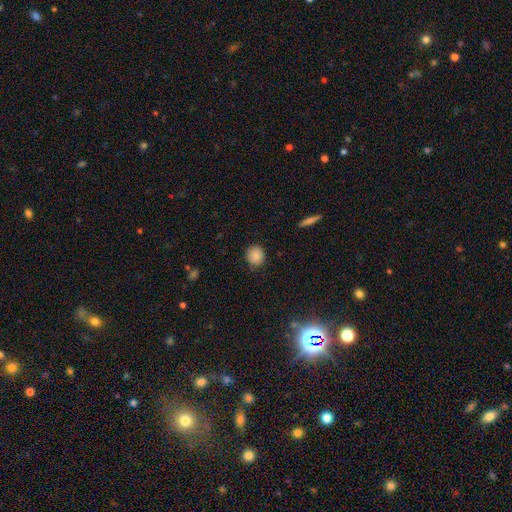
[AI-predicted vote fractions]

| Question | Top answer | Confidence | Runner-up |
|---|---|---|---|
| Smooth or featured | smooth | 84% | star or artifact (10%) |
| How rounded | round | 84% | in between (15%) |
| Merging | none | 86% | minor disturbance (11%) |